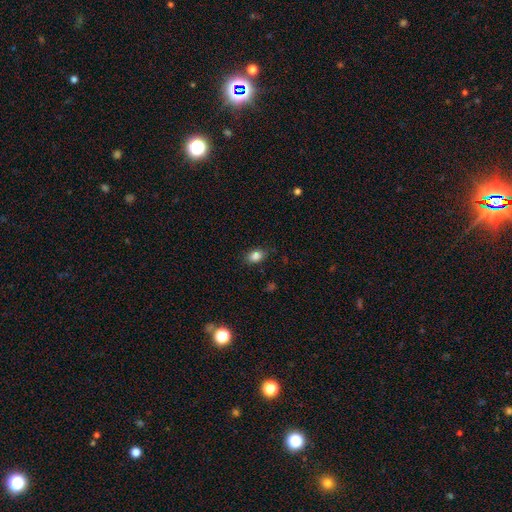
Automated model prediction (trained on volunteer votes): smooth-or-featured: smooth: 85% | star or artifact: 10% | featured or disk: 6%
  how-rounded: in between: 77% | round: 22% | cigar-shaped: 2%
  merging: none: 84% | minor disturbance: 12% | major disturbance: 3% | merger: 1%